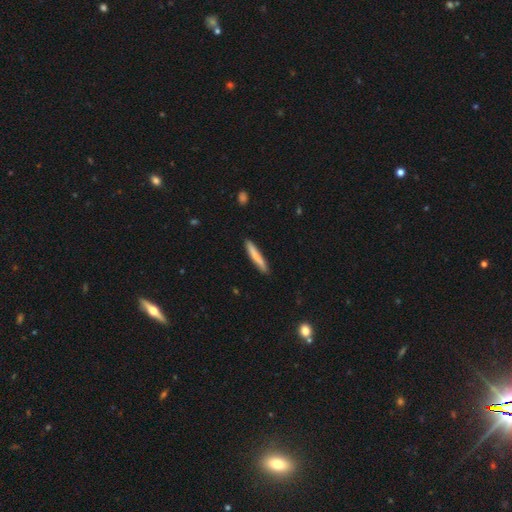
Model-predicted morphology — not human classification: Smooth or featured? smooth (79%)
How rounded? cigar-shaped (94%)
Merging? none (88%)